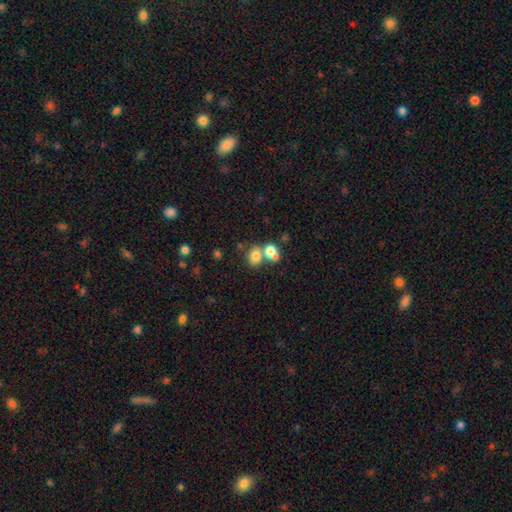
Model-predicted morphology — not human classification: Smooth or featured? smooth (76%)
How rounded? round (52%)
Merging? merger (51%)